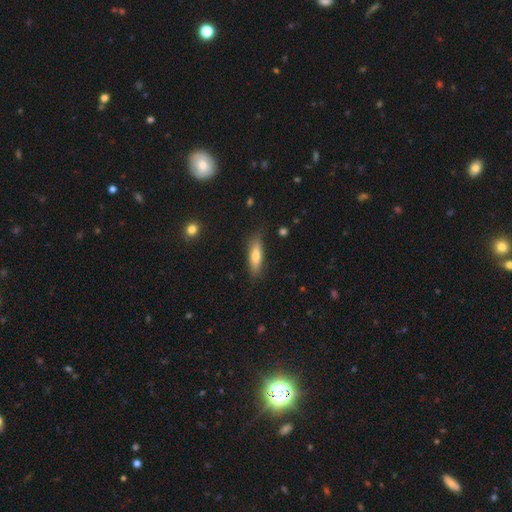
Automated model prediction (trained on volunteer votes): The model was most divided on "how rounded": cigar-shaped: 63%, in between: 35%, round: 2%. More confident: merging — none (83%); smooth or featured — smooth (68%).